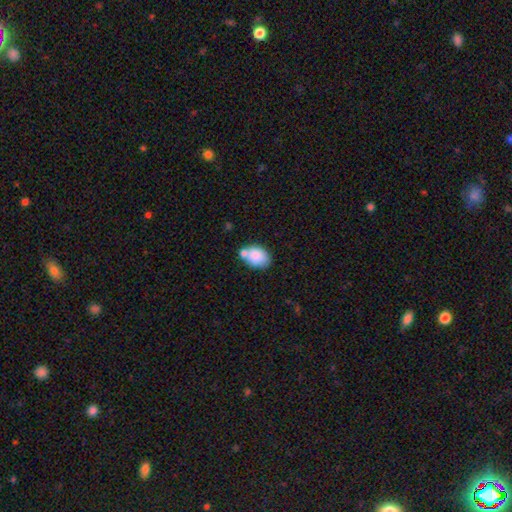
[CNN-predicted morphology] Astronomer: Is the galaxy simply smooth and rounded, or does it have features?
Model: smooth — 84%.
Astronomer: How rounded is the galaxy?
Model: in between — 80%.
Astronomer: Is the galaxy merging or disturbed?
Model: none — 56%.